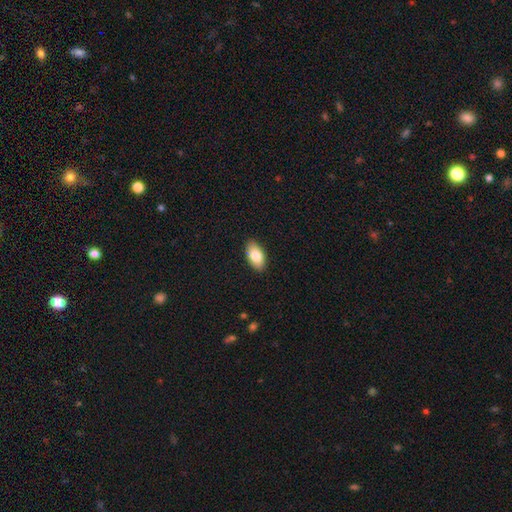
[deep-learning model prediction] A smooth galaxy with no disk features (81%) that is in between round and cigar-shaped (93%). Merging: none (89%).